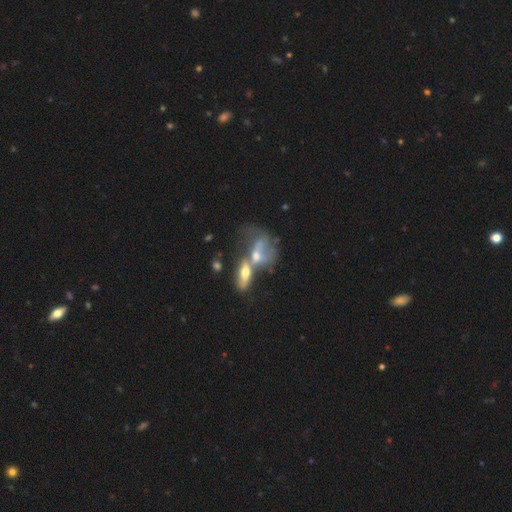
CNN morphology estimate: A featured or disk galaxy (63%) with no bar (63%), spiral arms (53%) and a moderate central bulge (52%). Merging: merger (67%).